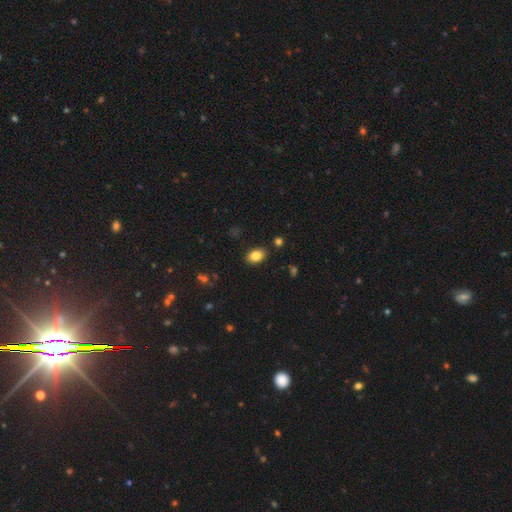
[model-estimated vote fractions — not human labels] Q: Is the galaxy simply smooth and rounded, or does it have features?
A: smooth — 85%.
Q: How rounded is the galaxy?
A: in between — 86%.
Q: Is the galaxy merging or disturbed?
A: none — 86%.